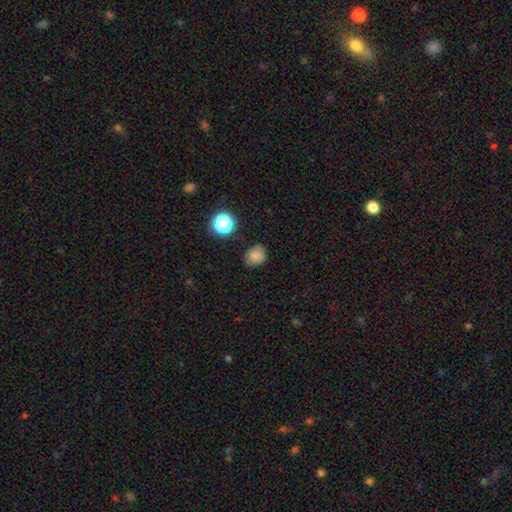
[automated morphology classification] This appears to be a smooth galaxy with no disk features (82%) that is round (62%). Merging: none (77%).